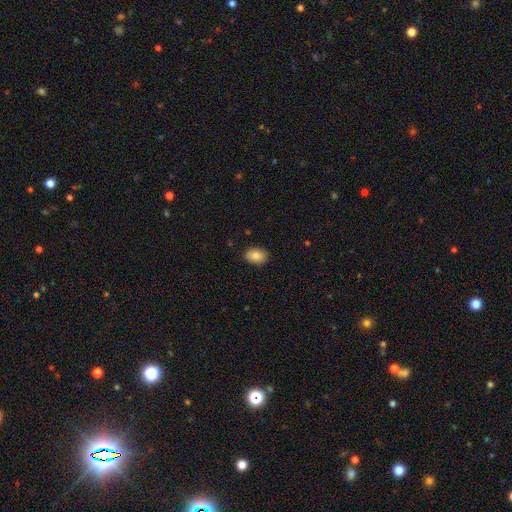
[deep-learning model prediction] Overall: smooth (84%). How rounded: in between (78%). Merging: none (89%).